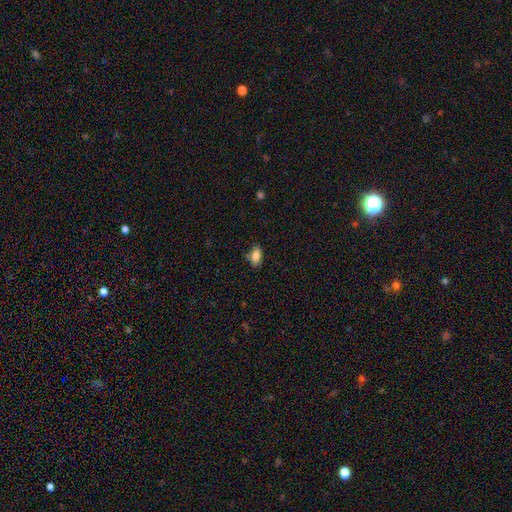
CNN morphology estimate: Overall: smooth (84%). How rounded: in between (88%). Merging: none (70%).